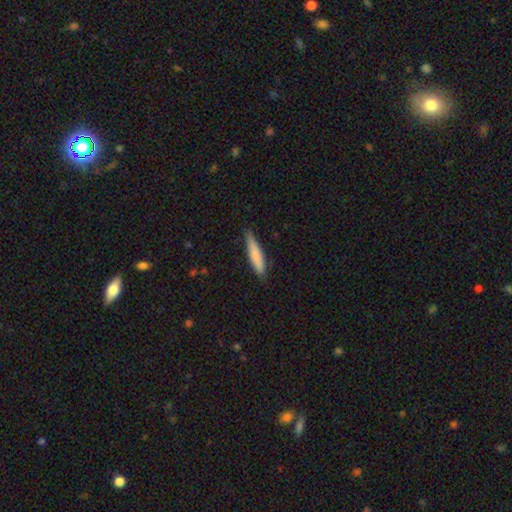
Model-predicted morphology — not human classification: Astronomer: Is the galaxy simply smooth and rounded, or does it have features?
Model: smooth — 79%.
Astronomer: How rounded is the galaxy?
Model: cigar-shaped — 87%.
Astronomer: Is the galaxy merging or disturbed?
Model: none — 81%.